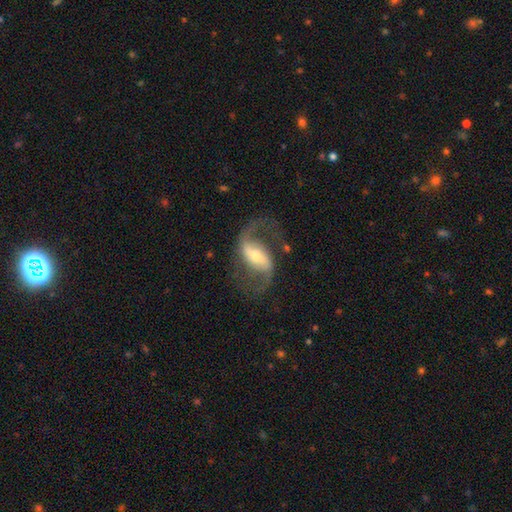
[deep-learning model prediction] A featured or disk galaxy (89%) with a strong bar (54%), 2 (94%) loose (61%) spiral arms (96%) and a moderate central bulge (46%). Merging: none (75%).